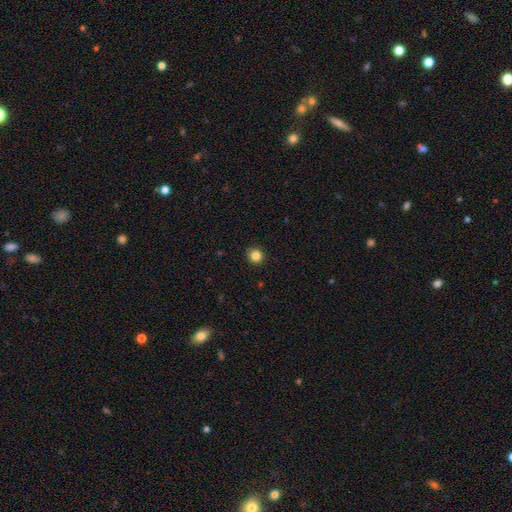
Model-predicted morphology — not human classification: A smooth galaxy with no disk features (84%) that is round (91%). Merging: none (92%).